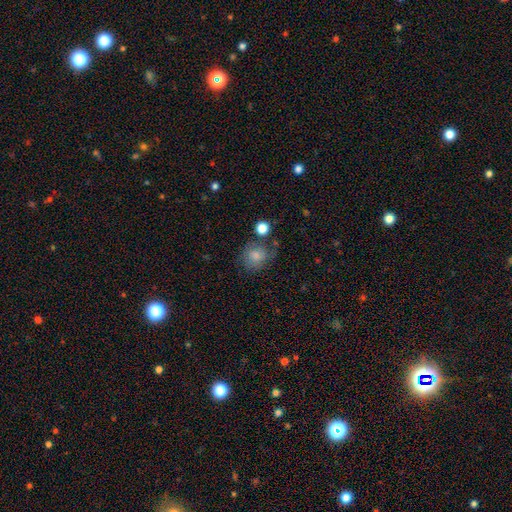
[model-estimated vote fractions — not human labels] A smooth galaxy with no disk features (77%) that is round (77%). Merging: none (59%).